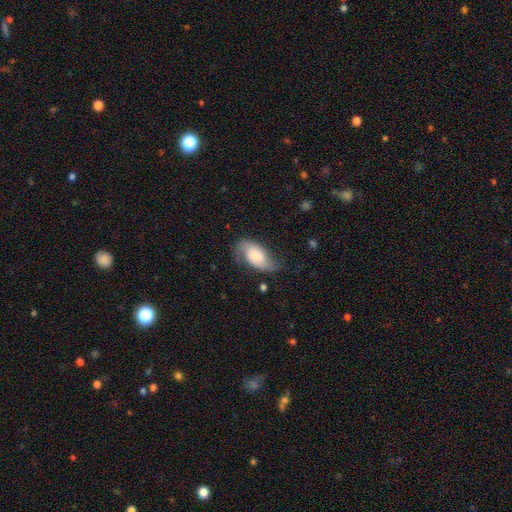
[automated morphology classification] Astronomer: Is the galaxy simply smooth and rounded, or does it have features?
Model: featured or disk — 60%.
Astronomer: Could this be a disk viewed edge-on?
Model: no — 96%.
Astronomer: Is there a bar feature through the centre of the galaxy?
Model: no — 69%.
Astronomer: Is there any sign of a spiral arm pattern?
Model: yes — 91%.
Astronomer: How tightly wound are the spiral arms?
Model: loose — 48% (runner-up: medium, 36%).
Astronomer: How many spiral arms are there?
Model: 2 — 87%.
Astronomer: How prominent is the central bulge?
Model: small — 33% (runner-up: moderate, 26%).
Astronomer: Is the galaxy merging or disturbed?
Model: none — 59%.